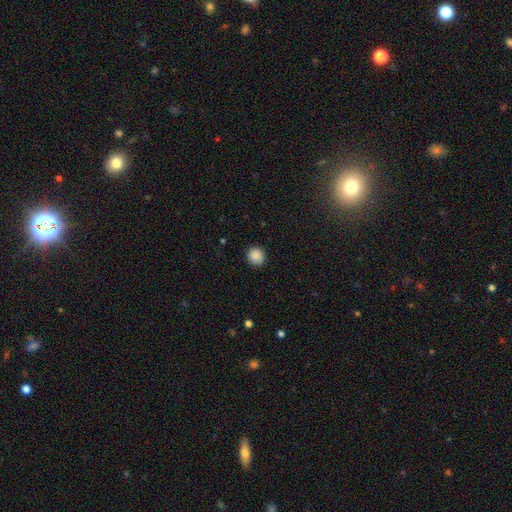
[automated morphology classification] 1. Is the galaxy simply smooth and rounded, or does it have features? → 88% smooth, 9% star or artifact, 3% featured or disk.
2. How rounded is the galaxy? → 91% round, 8% in between, 1% cigar-shaped.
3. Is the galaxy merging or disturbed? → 89% none, 8% minor disturbance, 2% major disturbance, 1% merger.